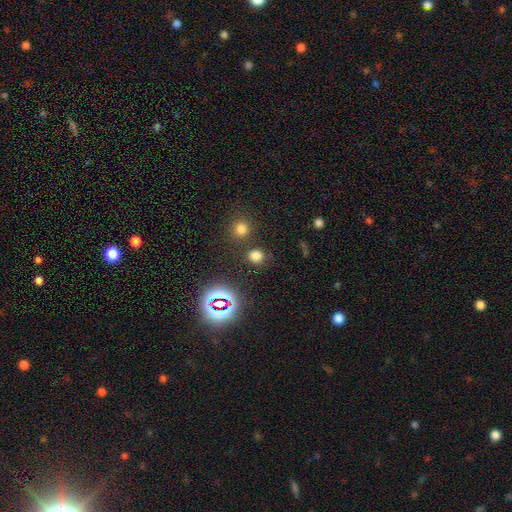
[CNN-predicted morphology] Overall: smooth (70%). How rounded: round (76%). Merging: none (81%).